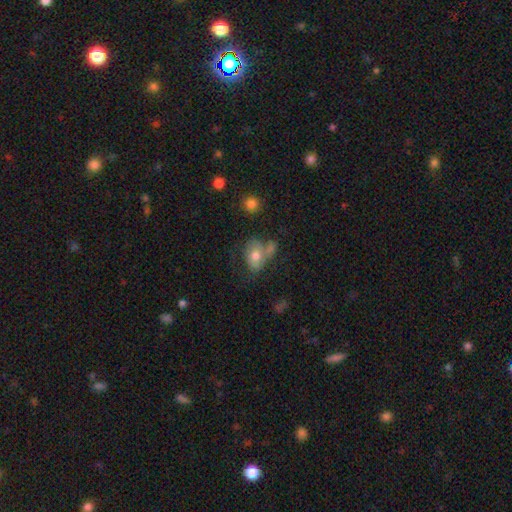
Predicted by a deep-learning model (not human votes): Overall: smooth (62%; featured or disk 29%). How rounded: in between (66%; round 32%). Merging: none (35%; merger 25%).